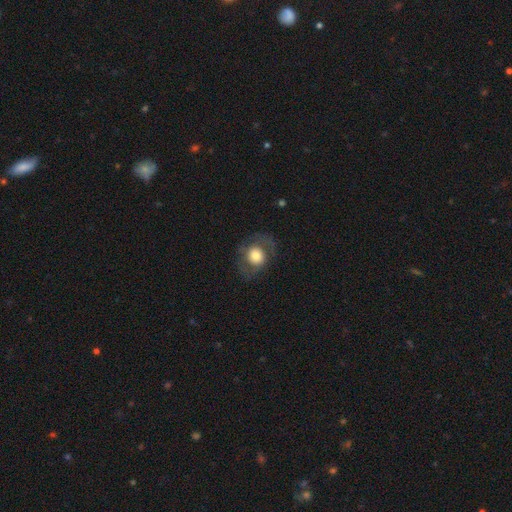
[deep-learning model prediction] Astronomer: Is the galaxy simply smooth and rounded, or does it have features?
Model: smooth — 62%.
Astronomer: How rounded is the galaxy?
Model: round — 70%.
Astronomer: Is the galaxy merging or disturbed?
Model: none — 71%.